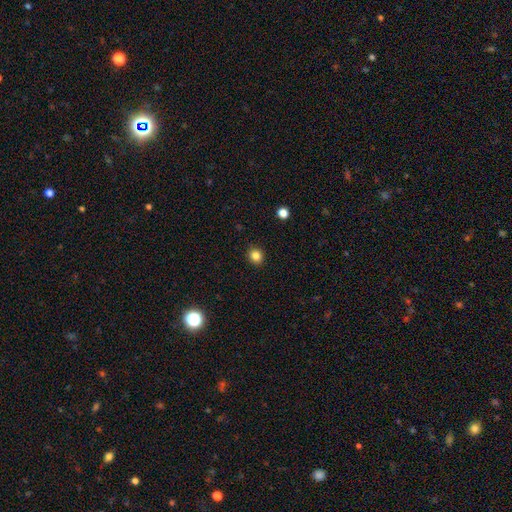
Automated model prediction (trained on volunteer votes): This is clearly a smooth galaxy (84%). How rounded: clearly round (84%). Merging: clearly none (91%).